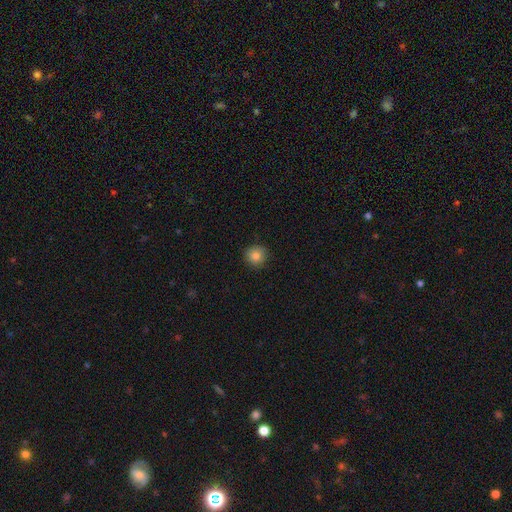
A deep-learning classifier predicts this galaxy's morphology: Smooth or featured? smooth (82%)
How rounded? round (94%)
Merging? none (89%)